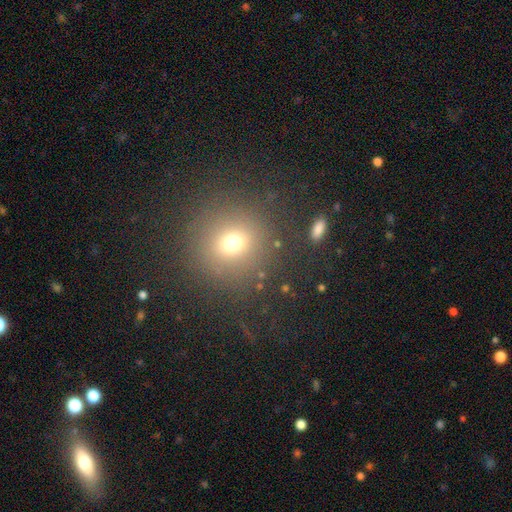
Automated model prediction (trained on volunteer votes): This is likely a smooth galaxy (62%). How rounded: clearly round (90%). Merging: clearly none (88%).